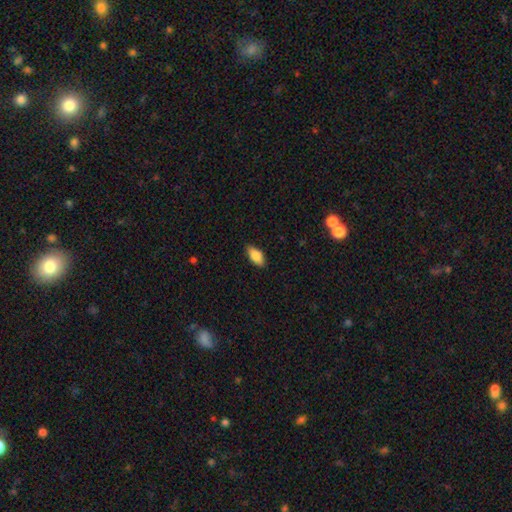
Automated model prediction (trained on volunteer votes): smooth 85%, featured or disk 8%, star or artifact 7%. Down the decision tree: how rounded — in between (88%); merging — none (86%).